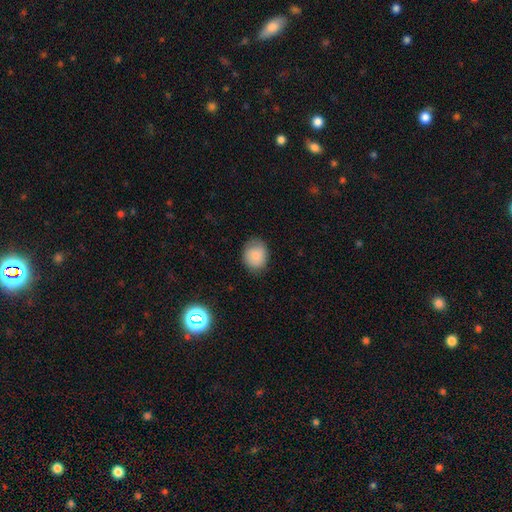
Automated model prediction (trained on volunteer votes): This is clearly a smooth galaxy (81%). How rounded: possibly round (55%). Merging: likely none (75%).